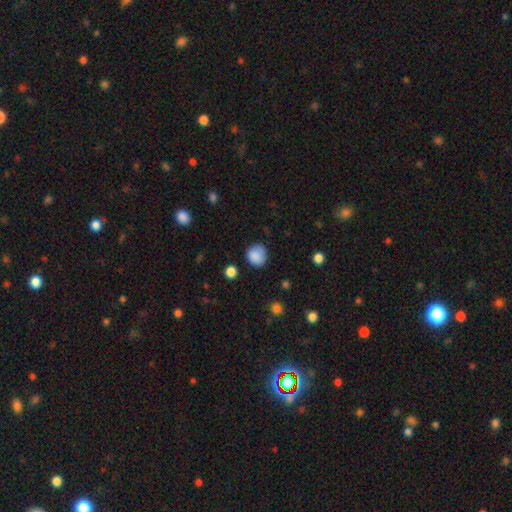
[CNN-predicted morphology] A smooth galaxy with no disk features (87%) that is round (85%). Merging: none (74%).